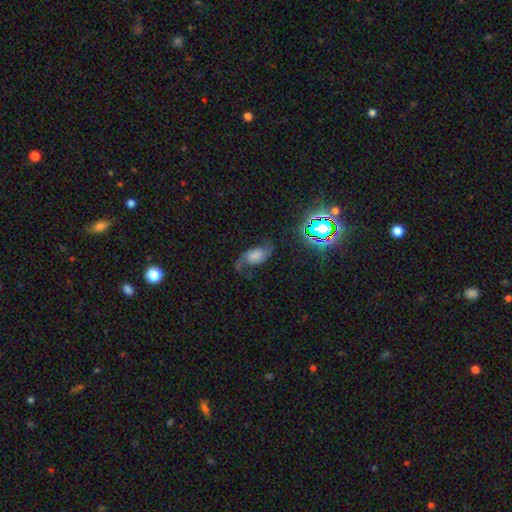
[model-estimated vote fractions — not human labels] Q: Smooth or featured?
A: featured or disk (68%); runner-up: smooth (18%)
Q: Edge-on disk?
A: no (96%); runner-up: yes (4%)
Q: Bar?
A: no (61%); runner-up: weak (30%)
Q: Spiral arms?
A: yes (94%); runner-up: no (6%)
Q: Spiral winding?
A: loose (62%); runner-up: medium (30%)
Q: Spiral arm count?
A: 2 (86%); runner-up: 1 (7%)
Q: Bulge size?
A: moderate (29%); runner-up: small (26%)
Q: Merging?
A: none (61%); runner-up: minor disturbance (20%)